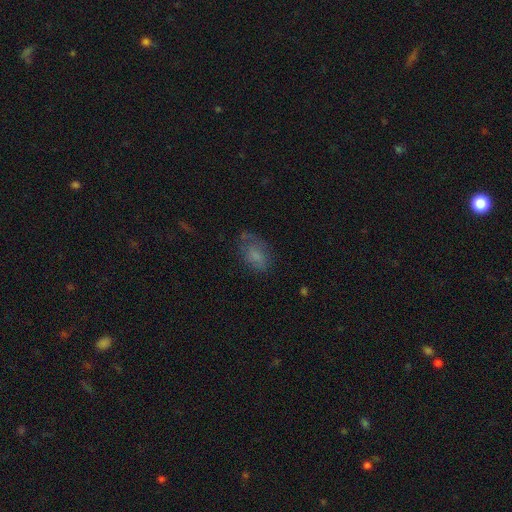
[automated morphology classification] This is likely a smooth galaxy (69%). How rounded: clearly in between (87%). Merging: possibly none (53%).